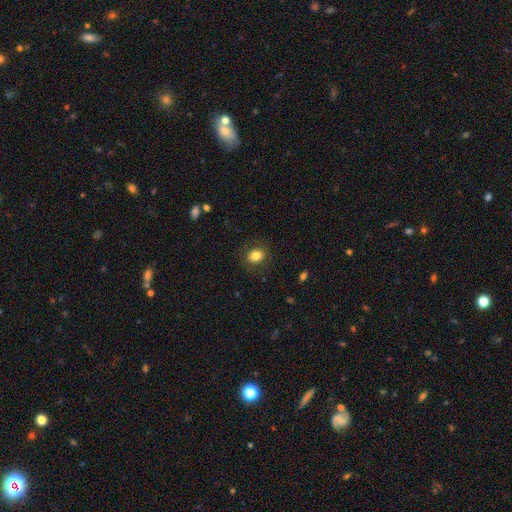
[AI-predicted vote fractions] Morphology: type=smooth (81%); roundness=round (51%); merging=none (84%).